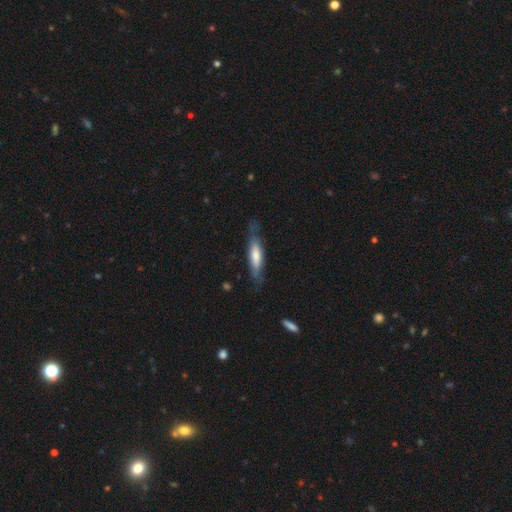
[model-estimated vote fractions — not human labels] A smooth galaxy with no disk features (58%) that is cigar-shaped (70%).

Vote fractions:
- Smooth or featured? smooth: 58% / featured or disk: 37% / star or artifact: 5%
- How rounded? cigar-shaped: 70% / in between: 29% / round: 1%
- Merging? none: 68% / minor disturbance: 23% / major disturbance: 8% / merger: 2%